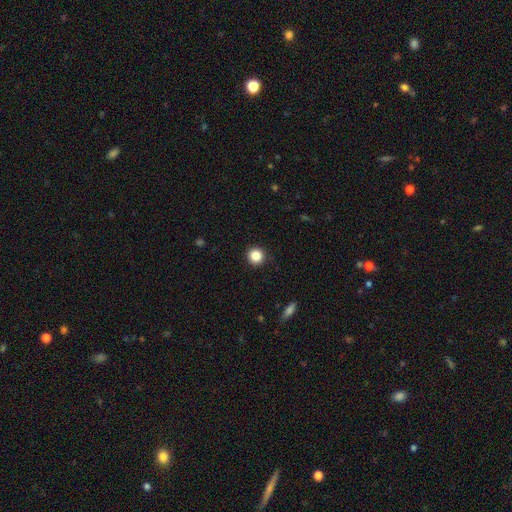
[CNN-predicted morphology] Overall: smooth (86%). How rounded: round (94%). Merging: none (91%).